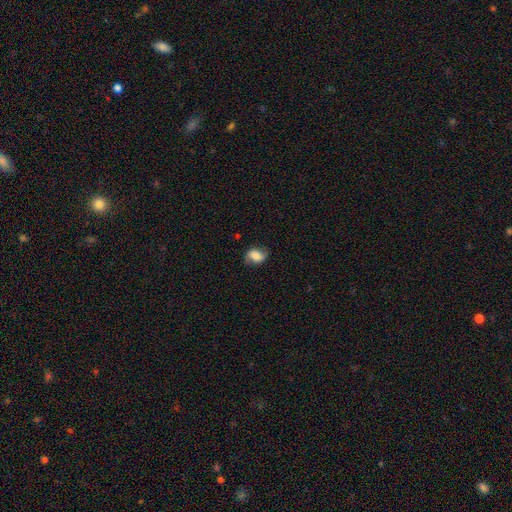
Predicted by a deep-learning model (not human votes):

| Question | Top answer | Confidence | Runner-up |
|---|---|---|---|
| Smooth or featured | smooth | 54% | featured or disk (36%) |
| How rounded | in between | 71% | round (28%) |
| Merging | none | 72% | minor disturbance (20%) |